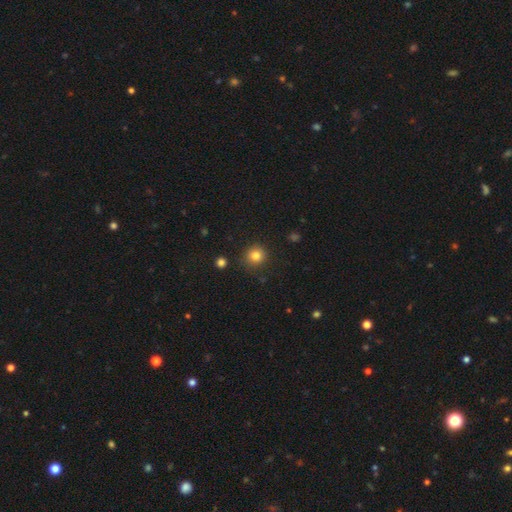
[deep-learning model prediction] The model was most divided on "smooth or featured": smooth: 83%, star or artifact: 12%, featured or disk: 5%. More confident: how rounded — round (90%); merging — none (87%).